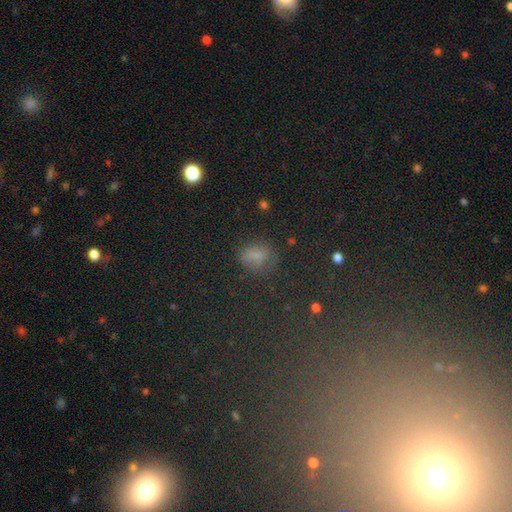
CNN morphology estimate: The model was most divided on "how rounded": in between: 64%, round: 33%, cigar-shaped: 3%. More confident: smooth or featured — smooth (63%); merging — none (62%).